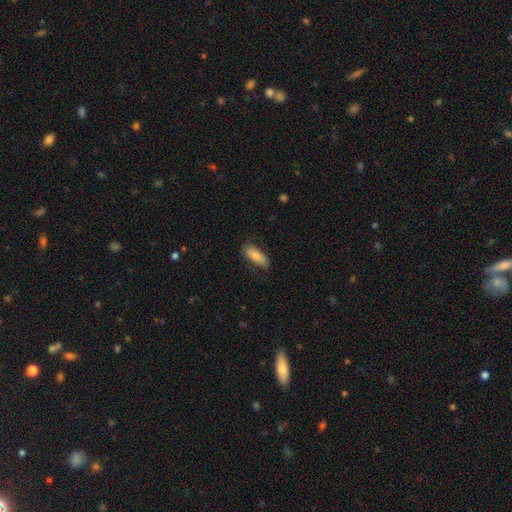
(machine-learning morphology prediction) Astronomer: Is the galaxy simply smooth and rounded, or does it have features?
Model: smooth — 78%.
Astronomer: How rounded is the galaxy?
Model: in between — 78%.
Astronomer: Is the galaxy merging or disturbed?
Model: none — 73%.